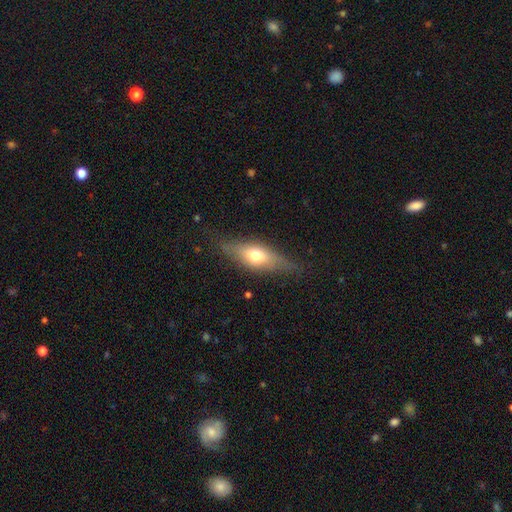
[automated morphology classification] This appears to be a smooth galaxy with no disk features (54%) that is in between round and cigar-shaped (60%). Merging: none (77%).